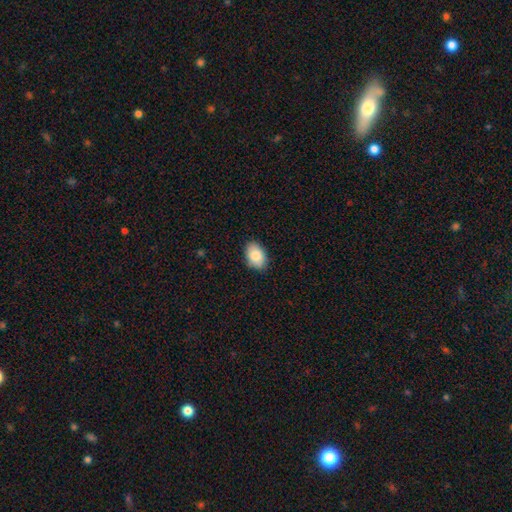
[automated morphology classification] type=smooth (86%); roundness=in between (89%); merging=none (87%).